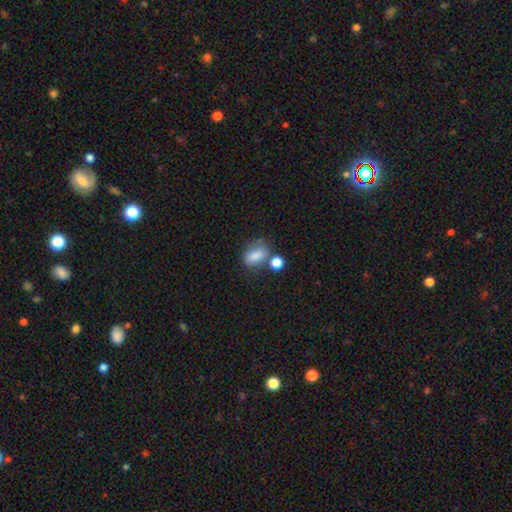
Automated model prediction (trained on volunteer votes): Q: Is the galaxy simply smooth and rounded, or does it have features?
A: smooth — 80%.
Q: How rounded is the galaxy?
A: in between — 80%.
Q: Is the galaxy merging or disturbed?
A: none — 50%.